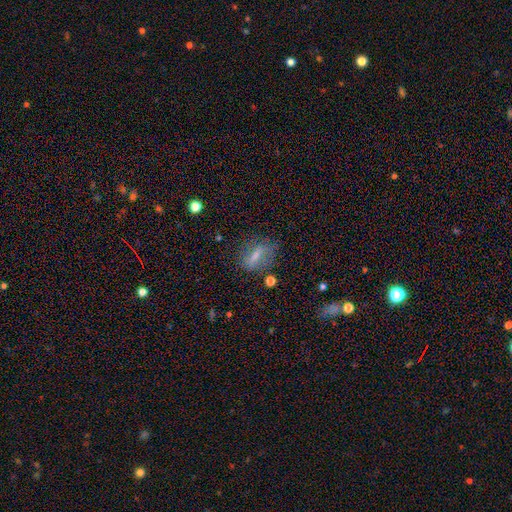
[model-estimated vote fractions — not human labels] smooth 47%, featured or disk 36%, star or artifact 17%. Down the decision tree: merging — none (70%).